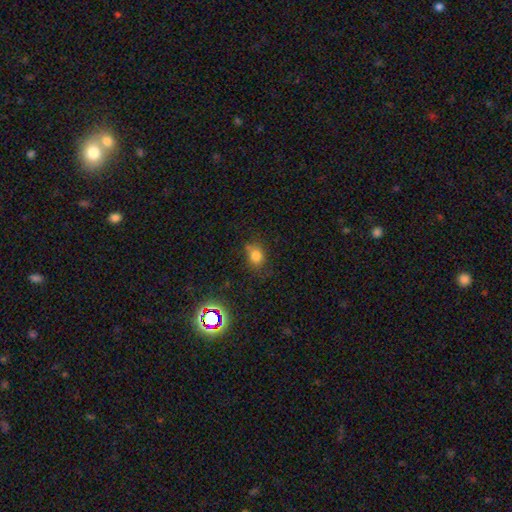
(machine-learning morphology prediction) A smooth galaxy with no disk features (76%) that is round (54%). Merging: none (63%).